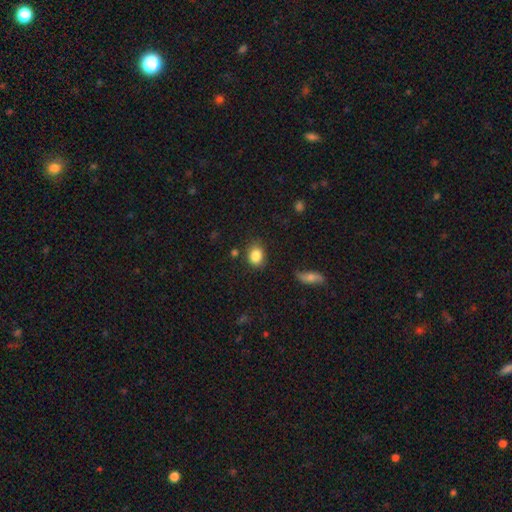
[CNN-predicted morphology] A smooth galaxy with no disk features (85%) that is in between round and cigar-shaped (53%). Merging: none (80%).